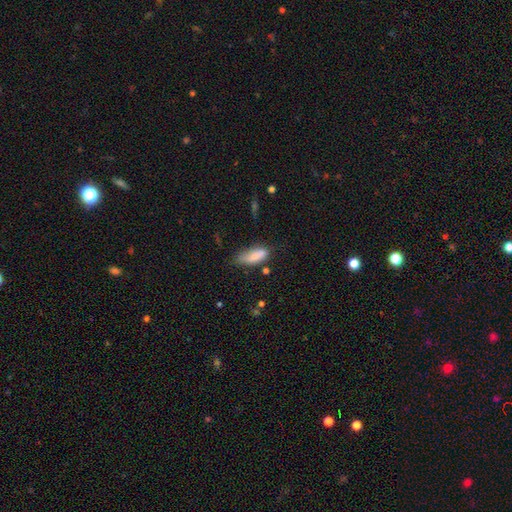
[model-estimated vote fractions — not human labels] Smooth or featured?
  - smooth: 81% *
  - featured or disk: 11%
  - star or artifact: 8%
How rounded?
  - in between: 71% *
  - cigar-shaped: 27%
  - round: 2%
Merging?
  - none: 43% *
  - minor disturbance: 36%
  - major disturbance: 14%
  - merger: 7%